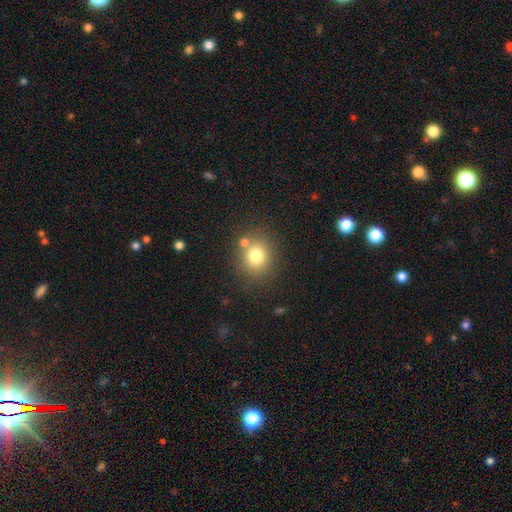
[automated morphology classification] smooth 76%, star or artifact 14%, featured or disk 10%. Down the decision tree: how rounded — round (75%); merging — none (74%).